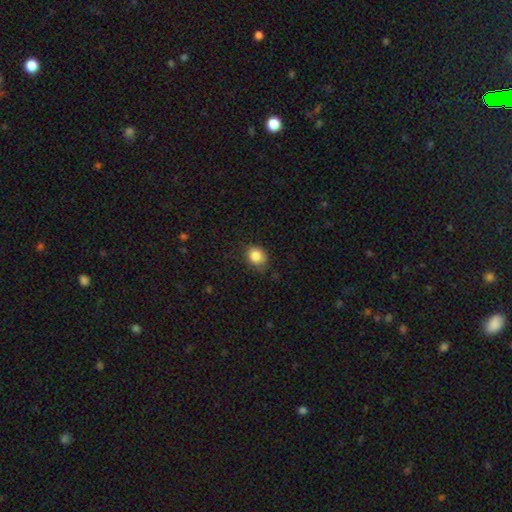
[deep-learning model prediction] Smooth or featured: smooth — 85% (star or artifact — 9%)
How rounded: round — 61% (in between — 38%)
Merging: none — 70% (minor disturbance — 23%)